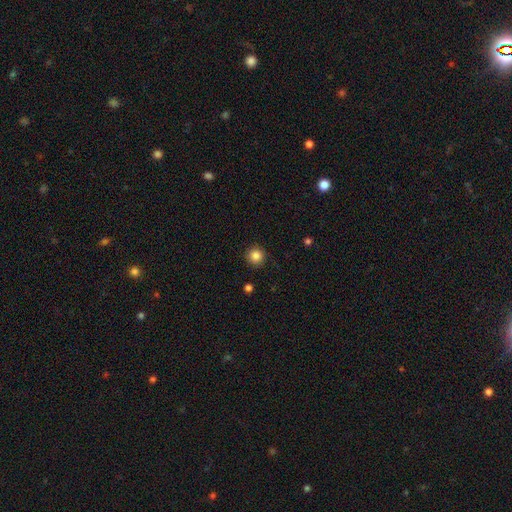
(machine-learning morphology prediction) Smooth or featured: smooth — 85% (star or artifact — 11%)
How rounded: round — 95% (in between — 4%)
Merging: none — 91% (minor disturbance — 6%)